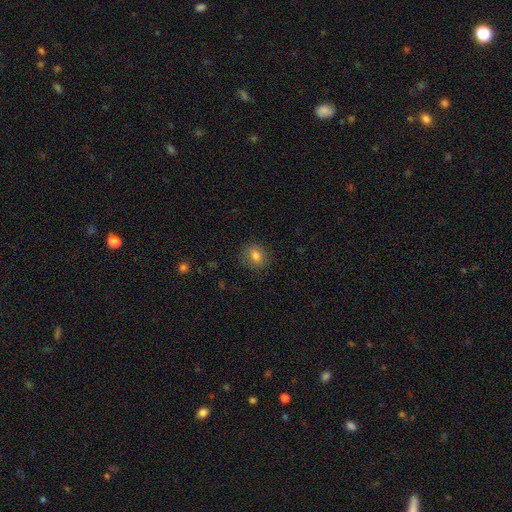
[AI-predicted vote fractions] Overall: smooth (81%). How rounded: round (72%). Merging: none (85%).